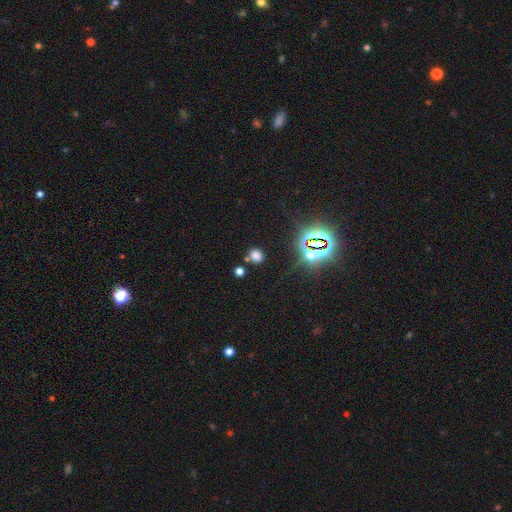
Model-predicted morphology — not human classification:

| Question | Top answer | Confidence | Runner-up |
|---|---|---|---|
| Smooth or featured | smooth | 62% | star or artifact (30%) |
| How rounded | round | 68% | in between (31%) |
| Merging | none | 73% | minor disturbance (12%) |